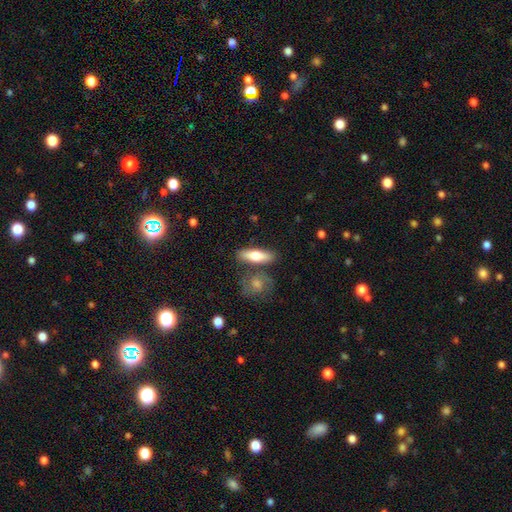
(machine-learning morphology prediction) Smooth or featured? Predicted: smooth (p=0.66). How rounded? Predicted: cigar-shaped (p=0.51). Merging? Predicted: none (p=0.73).